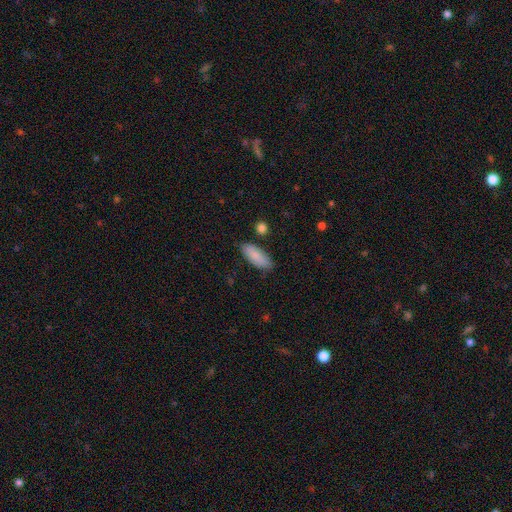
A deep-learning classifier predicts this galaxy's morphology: Overall: smooth (87%). How rounded: in between (74%). Merging: none (82%).